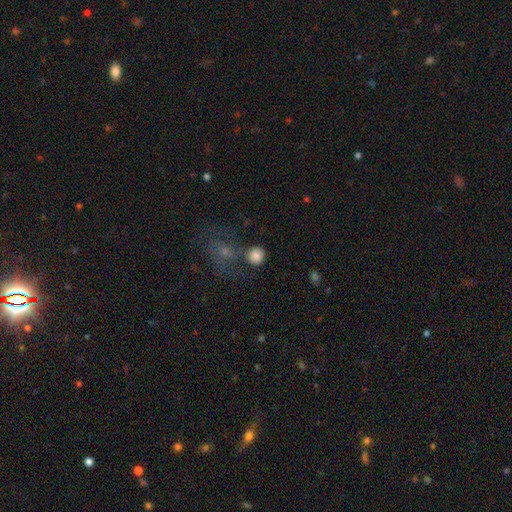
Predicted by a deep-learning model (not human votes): Q: Smooth or featured?
A: smooth (85%); runner-up: star or artifact (10%)
Q: How rounded?
A: round (90%); runner-up: in between (9%)
Q: Merging?
A: none (70%); runner-up: minor disturbance (12%)